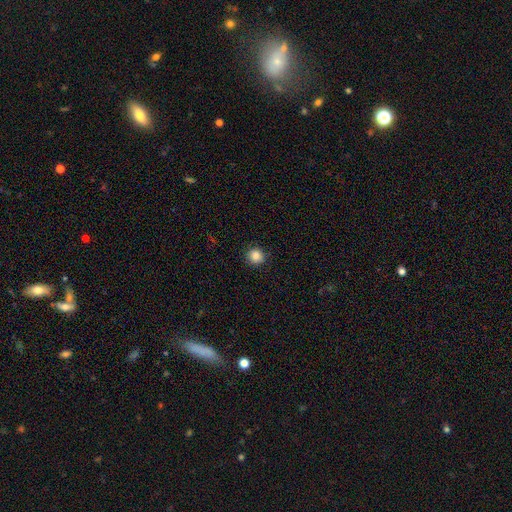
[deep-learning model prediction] Morphology: type=smooth (86%); roundness=round (91%); merging=none (90%).